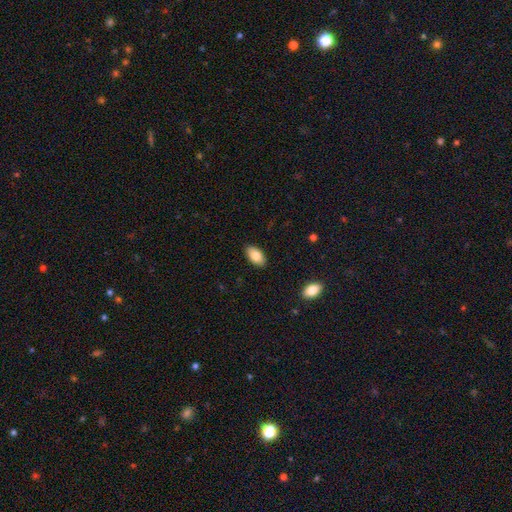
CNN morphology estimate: smooth_or_featured: smooth (p=0.81) [alt: featured or disk p=0.12]
how_rounded: in between (p=0.94) [alt: round p=0.04]
merging: none (p=0.89) [alt: minor disturbance p=0.08]